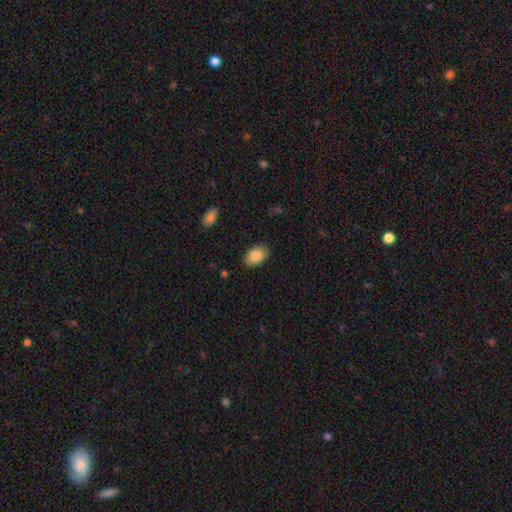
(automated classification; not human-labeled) Morphology: type=smooth (89%); roundness=in between (88%); merging=none (85%).